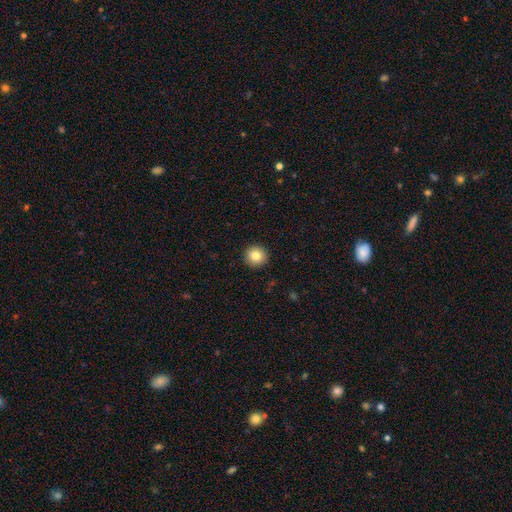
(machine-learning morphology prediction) type=smooth (83%); roundness=round (95%); merging=none (93%).